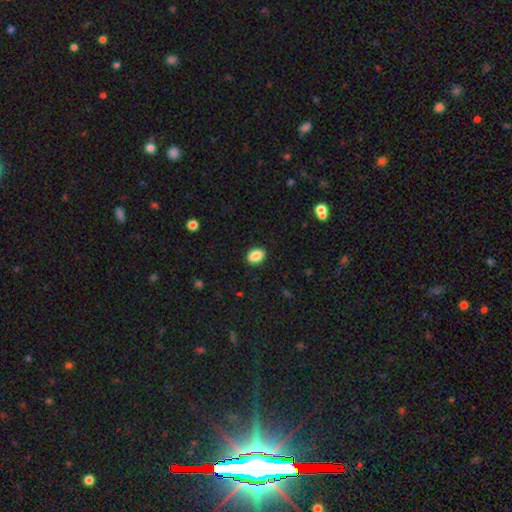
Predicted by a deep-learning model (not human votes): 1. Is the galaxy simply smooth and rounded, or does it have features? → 88% smooth, 8% star or artifact, 4% featured or disk.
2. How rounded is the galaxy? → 79% in between, 20% round, 1% cigar-shaped.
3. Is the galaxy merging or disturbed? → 90% none, 7% minor disturbance, 2% major disturbance, 1% merger.